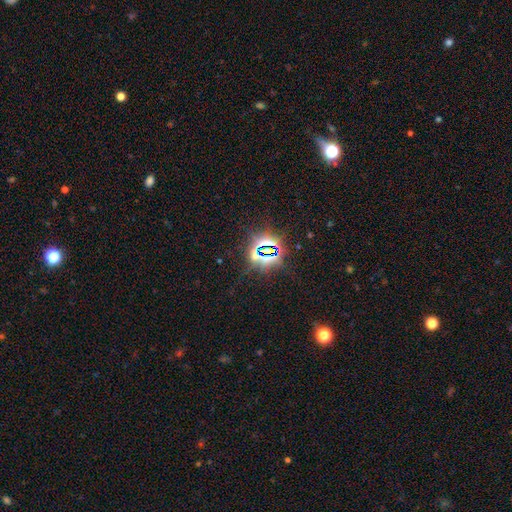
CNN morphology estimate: The model was most divided on "smooth or featured": star or artifact: 80%, smooth: 12%, featured or disk: 8%.